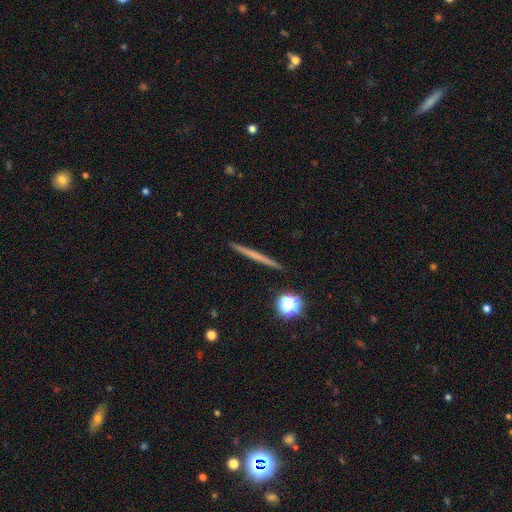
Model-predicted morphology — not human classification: A smooth galaxy with no disk features (49%).

Vote fractions:
- Smooth or featured? smooth: 49% / featured or disk: 43% / star or artifact: 8%
- Merging? none: 93% / minor disturbance: 5% / merger: 1% / major disturbance: 1%